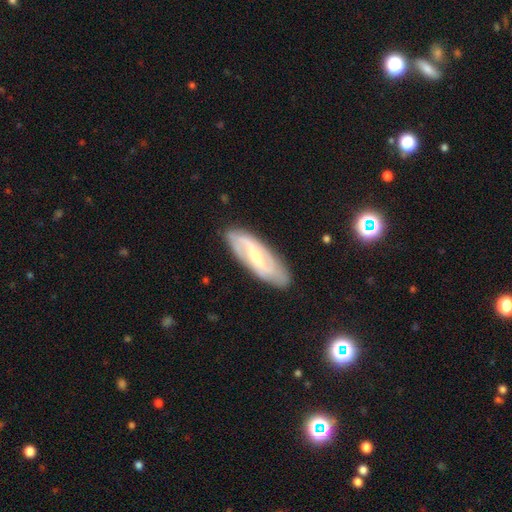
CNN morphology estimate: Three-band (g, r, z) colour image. It shows a featured or disk galaxy (74%) with a weak bar (47%), 2 (69%) medium (42%) spiral arms (89%) and a small central bulge (48%). Merging: none (82%).